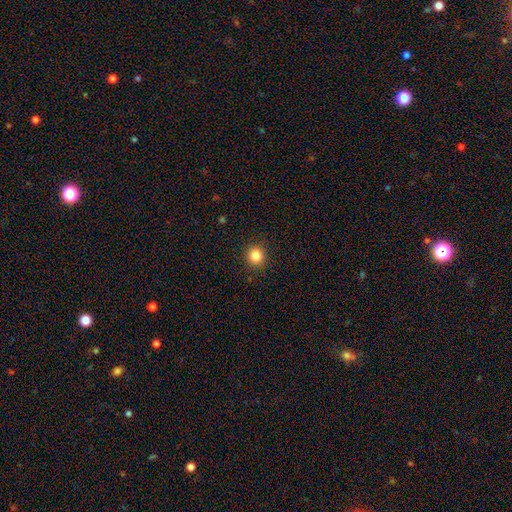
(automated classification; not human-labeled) smooth-or-featured: smooth: 84% | star or artifact: 11% | featured or disk: 4%
  how-rounded: round: 90% | in between: 9% | cigar-shaped: 1%
  merging: none: 91% | minor disturbance: 6% | major disturbance: 2% | merger: 1%